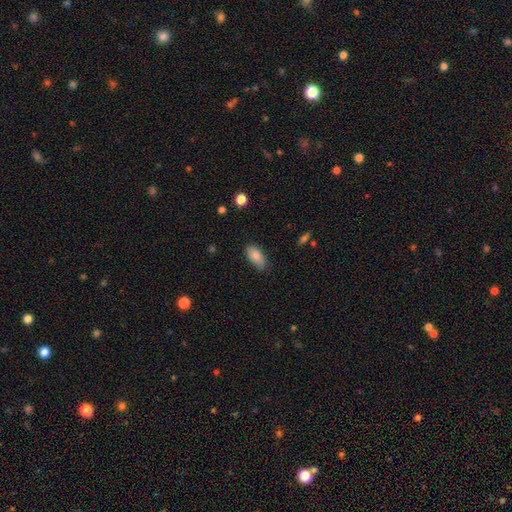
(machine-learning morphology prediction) type=smooth (85%); roundness=in between (90%); merging=none (72%).